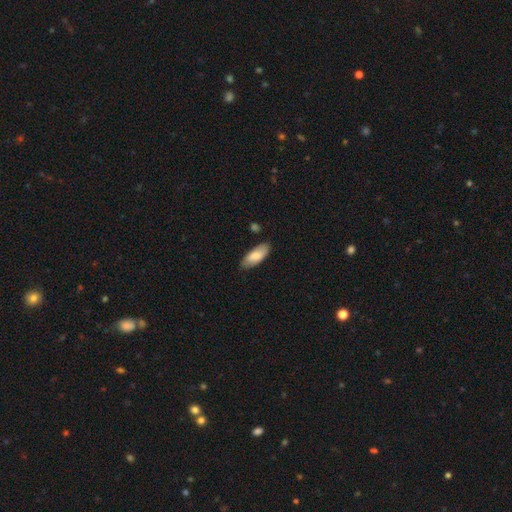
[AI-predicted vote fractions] Morphology: type=smooth (82%); roundness=in between (80%); merging=none (82%).